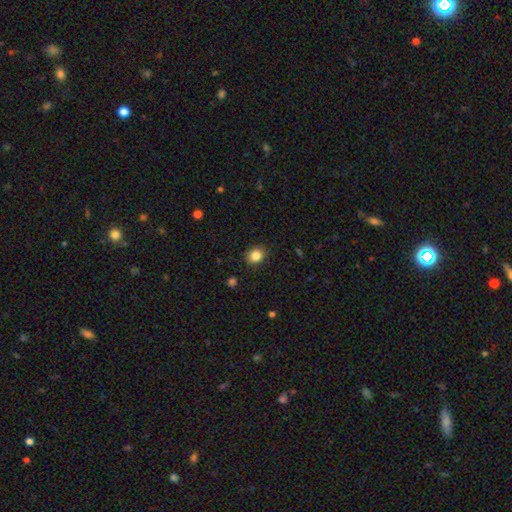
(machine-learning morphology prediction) Smooth or featured: smooth — 86% (star or artifact — 10%)
How rounded: round — 64% (in between — 35%)
Merging: none — 88% (minor disturbance — 8%)